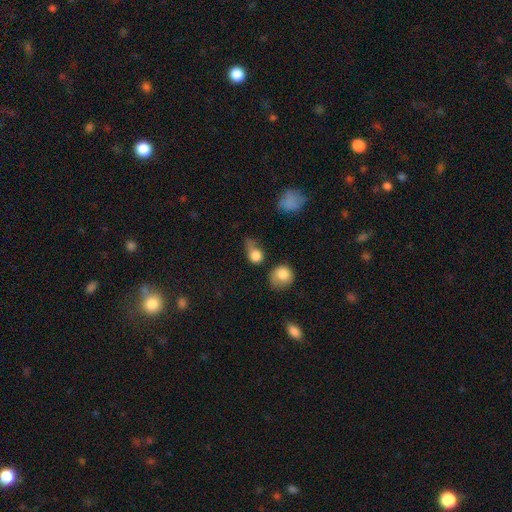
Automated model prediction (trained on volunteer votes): Morphology: type=smooth (78%); roundness=round (62%); merging=minor disturbance (32%).